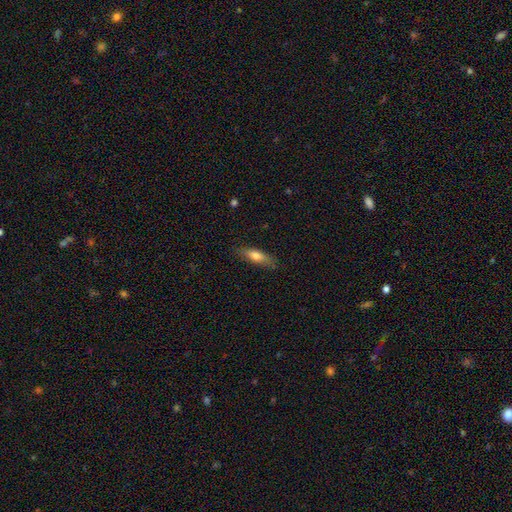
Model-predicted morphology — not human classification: A smooth galaxy with no disk features (70%) that is in between round and cigar-shaped (50%).

Vote fractions:
- Smooth or featured? smooth: 70% / featured or disk: 23% / star or artifact: 7%
- How rounded? in between: 50% / cigar-shaped: 48% / round: 2%
- Merging? none: 83% / minor disturbance: 13% / major disturbance: 3% / merger: 1%